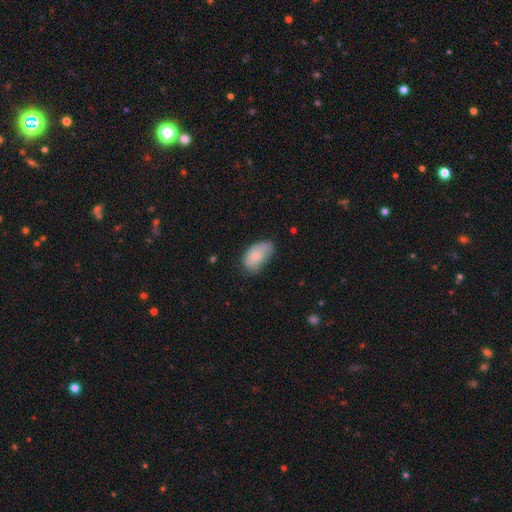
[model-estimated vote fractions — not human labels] Morphology: type=smooth (74%); roundness=in between (93%); merging=none (51%).